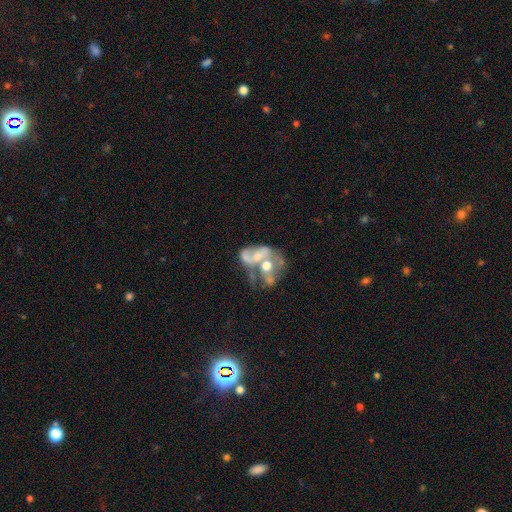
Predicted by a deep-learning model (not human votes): Smooth or featured? featured or disk (61%)
Edge-on disk? no (97%)
Bar? no (81%)
Spiral arms? no (71%)
Bulge size? moderate (52%)
Merging? merger (62%)